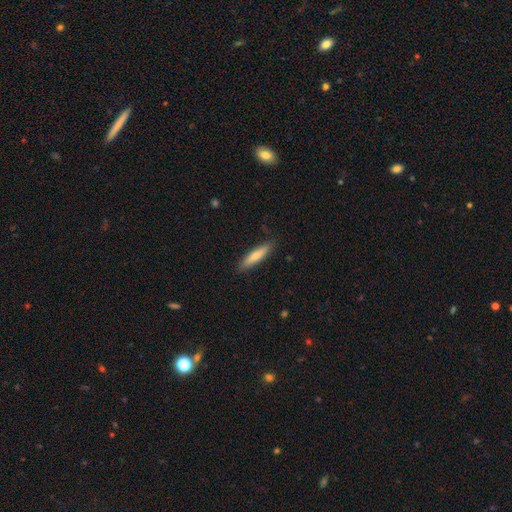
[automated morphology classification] Overall: smooth (75%). How rounded: cigar-shaped (82%). Merging: none (86%).